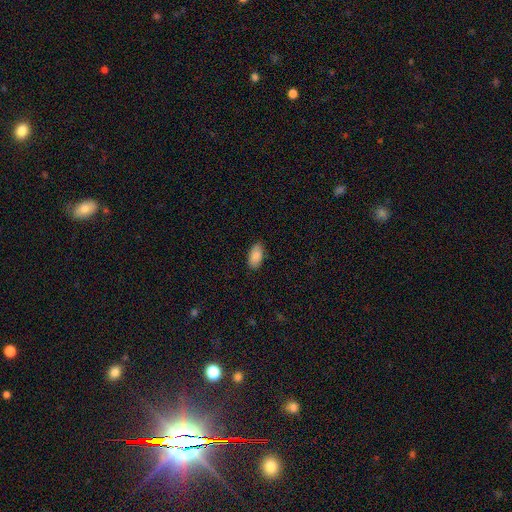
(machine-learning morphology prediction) Smooth or featured?
  - smooth: 87% *
  - star or artifact: 6%
  - featured or disk: 6%
How rounded?
  - in between: 94% *
  - cigar-shaped: 3%
  - round: 2%
Merging?
  - none: 85% *
  - minor disturbance: 11%
  - major disturbance: 2%
  - merger: 1%